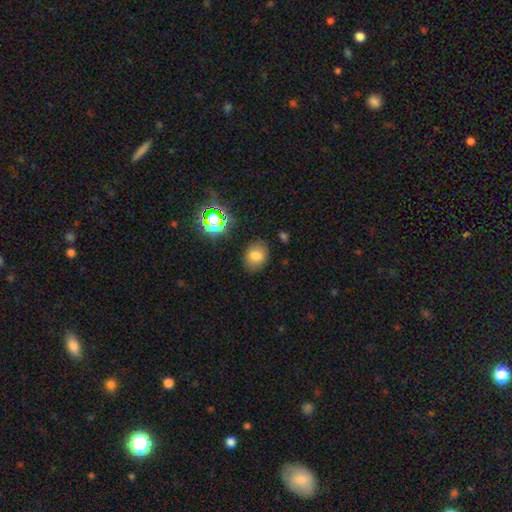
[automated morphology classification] A smooth galaxy with no disk features (75%) that is in between round and cigar-shaped (56%).

Vote fractions:
- Smooth or featured? smooth: 75% / star or artifact: 16% / featured or disk: 9%
- How rounded? in between: 56% / round: 43% / cigar-shaped: 1%
- Merging? none: 83% / minor disturbance: 12% / major disturbance: 3% / merger: 2%